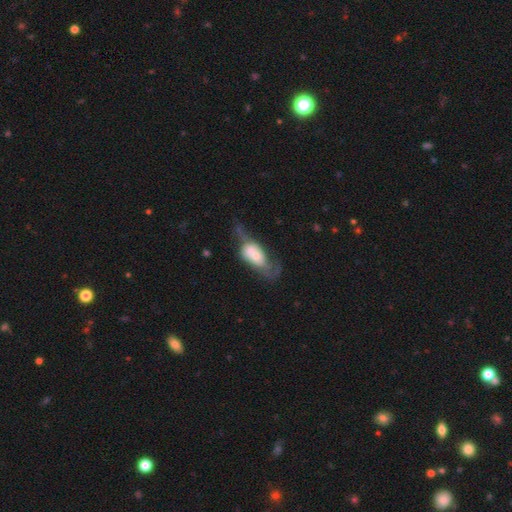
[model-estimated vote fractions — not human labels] Overall: featured or disk (49%; smooth 45%). Merging: major disturbance (32%; merger 31%).